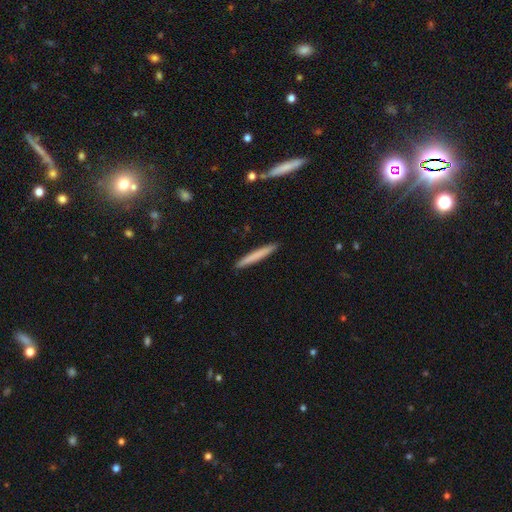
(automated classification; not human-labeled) smooth_or_featured: smooth (p=0.72) [alt: featured or disk p=0.23]
how_rounded: cigar-shaped (p=0.97) [alt: in between p=0.02]
merging: none (p=0.92) [alt: minor disturbance p=0.06]